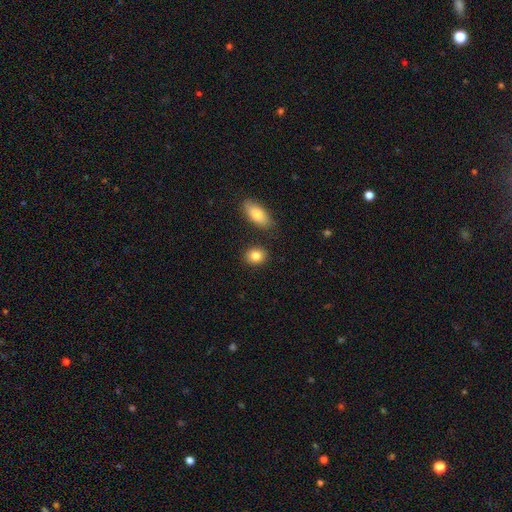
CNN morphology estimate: Smooth or featured? smooth (84%)
How rounded? round (56%)
Merging? none (83%)